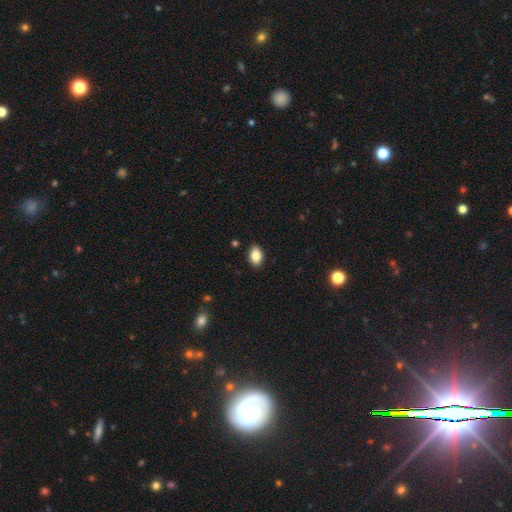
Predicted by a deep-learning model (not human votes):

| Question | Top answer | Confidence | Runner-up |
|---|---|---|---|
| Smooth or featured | smooth | 86% | star or artifact (8%) |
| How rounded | in between | 86% | round (12%) |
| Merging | none | 89% | minor disturbance (8%) |